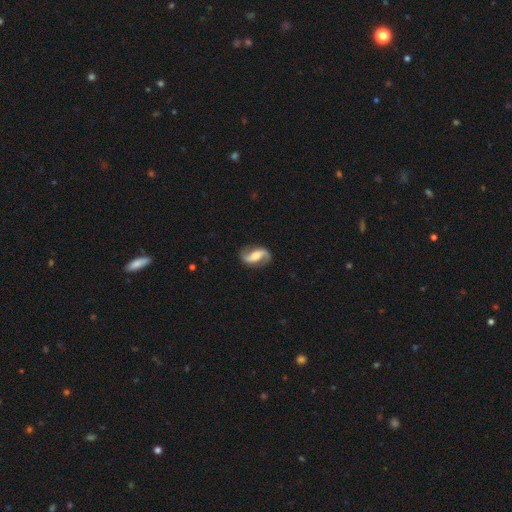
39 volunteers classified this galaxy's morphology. smooth_or_featured: featured or disk (p=0.90) [alt: smooth p=0.08]
disk_edge_on: no (p=1.00)
bar: no (p=0.46) [alt: strong p=0.31]
has_spiral_arms: yes (p=0.91) [alt: no p=0.09]
spiral_winding: loose (p=0.62) [alt: medium p=0.34]
spiral_arm_count: 2 (p=0.94) [alt: 1 p=0.06]
bulge_size: moderate (p=0.74) [alt: small p=0.17]
merging: none (p=0.84) [alt: minor disturbance p=0.08]